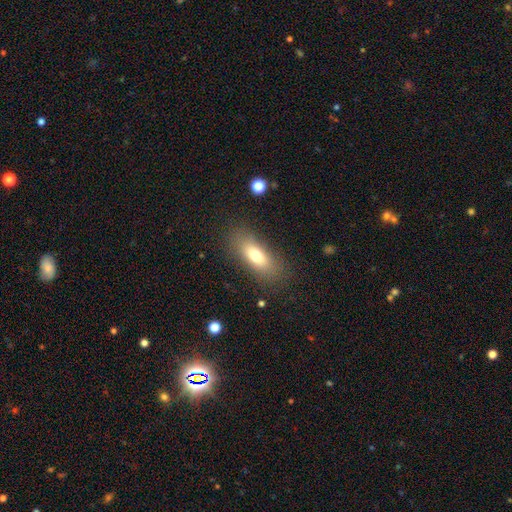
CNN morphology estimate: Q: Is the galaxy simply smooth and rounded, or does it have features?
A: smooth — 74%.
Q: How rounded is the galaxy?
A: in between — 74%.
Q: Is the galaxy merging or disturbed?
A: none — 82%.